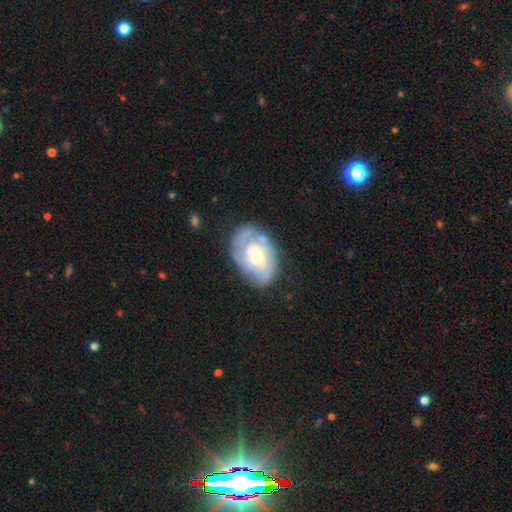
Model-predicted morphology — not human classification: This appears to be a featured or disk galaxy (75%) with no bar (59%), 2 (34%) tight (58%) spiral arms (90%) and a moderate central bulge (46%). Merging: none (70%).